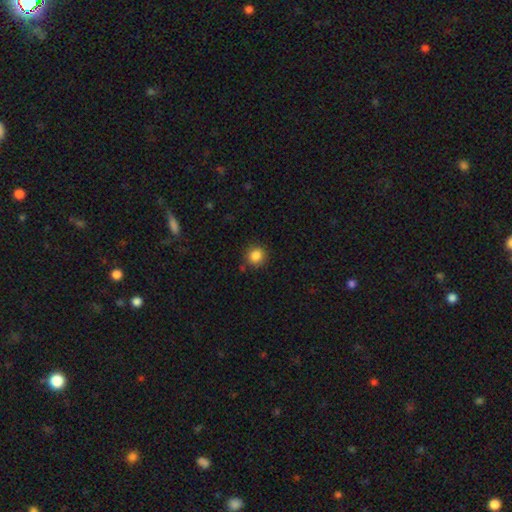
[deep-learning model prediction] This is clearly a smooth galaxy (85%). How rounded: clearly round (89%). Merging: clearly none (87%).